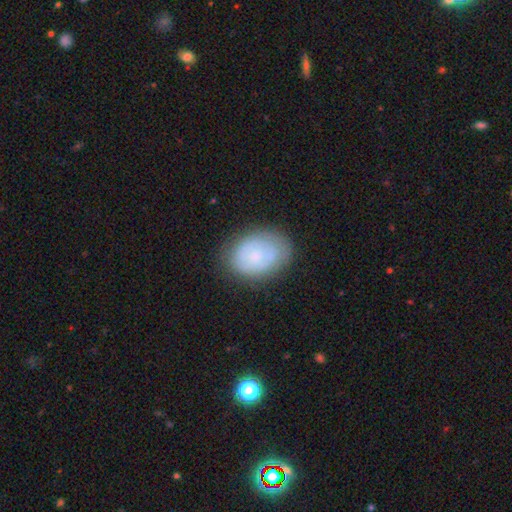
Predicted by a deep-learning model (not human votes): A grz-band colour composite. It shows a smooth galaxy with no disk features (57%) that is in between round and cigar-shaped (73%). Merging: none (73%).